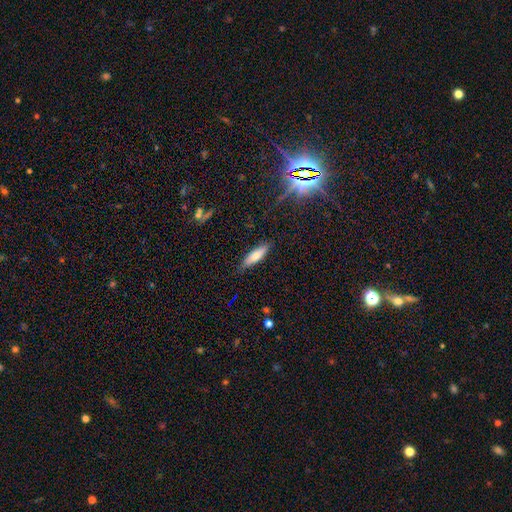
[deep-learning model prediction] Smooth or featured? smooth (71%)
How rounded? cigar-shaped (62%)
Merging? none (84%)